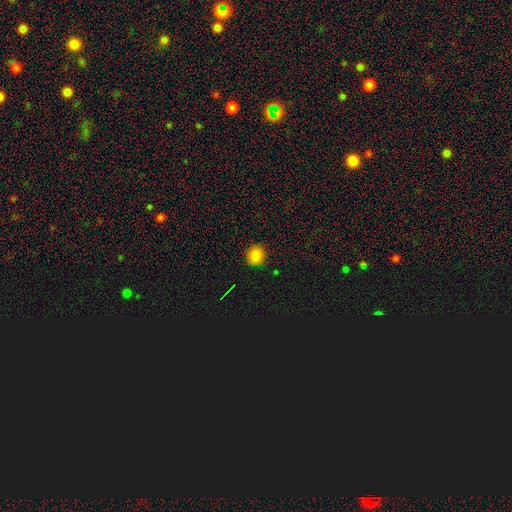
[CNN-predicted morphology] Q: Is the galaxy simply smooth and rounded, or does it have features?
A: smooth — 80%.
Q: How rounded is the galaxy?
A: round — 89%.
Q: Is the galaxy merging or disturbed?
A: none — 88%.